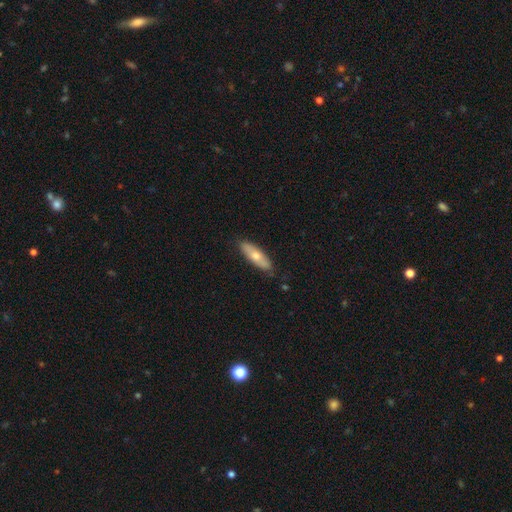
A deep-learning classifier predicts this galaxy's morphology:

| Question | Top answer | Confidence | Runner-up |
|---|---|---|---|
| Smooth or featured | smooth | 60% | featured or disk (34%) |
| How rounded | cigar-shaped | 51% | in between (47%) |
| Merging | none | 84% | minor disturbance (13%) |